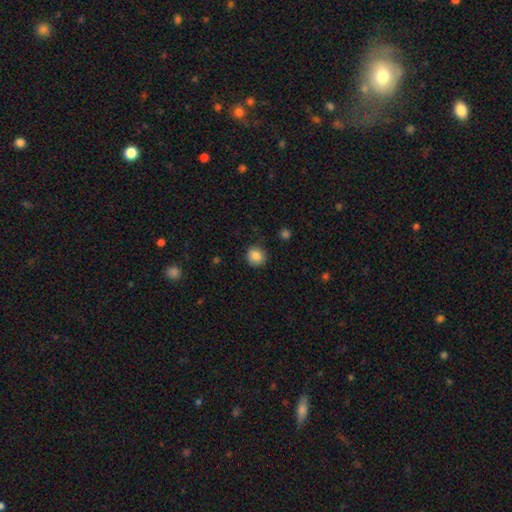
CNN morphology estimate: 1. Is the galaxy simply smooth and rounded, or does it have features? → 86% smooth, 9% star or artifact, 5% featured or disk.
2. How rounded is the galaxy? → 87% round, 12% in between, 1% cigar-shaped.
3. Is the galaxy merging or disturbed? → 86% none, 10% minor disturbance, 3% major disturbance, 1% merger.